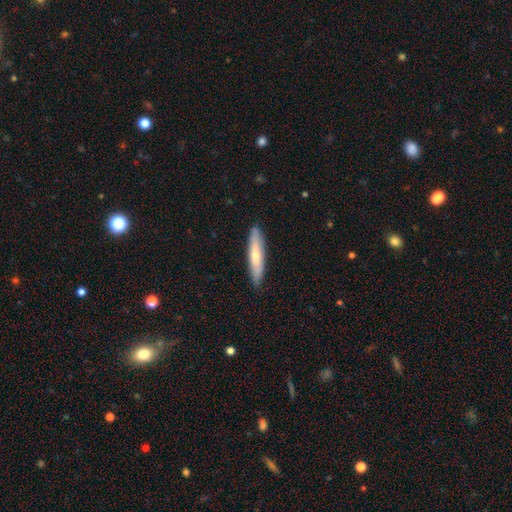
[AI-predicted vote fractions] smooth_or_featured: smooth (p=0.65) [alt: featured or disk p=0.30]
how_rounded: cigar-shaped (p=0.85) [alt: in between p=0.14]
merging: none (p=0.88) [alt: minor disturbance p=0.09]